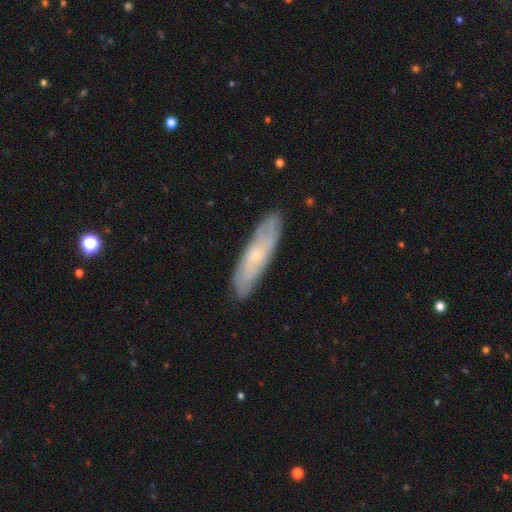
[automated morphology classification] A featured or disk galaxy (58%).

Vote fractions:
- Smooth or featured? featured or disk: 58% / smooth: 36% / star or artifact: 7%
- Edge-on disk? no: 66% / yes: 34%
- Merging? none: 84% / minor disturbance: 13% / major disturbance: 2% / merger: 1%